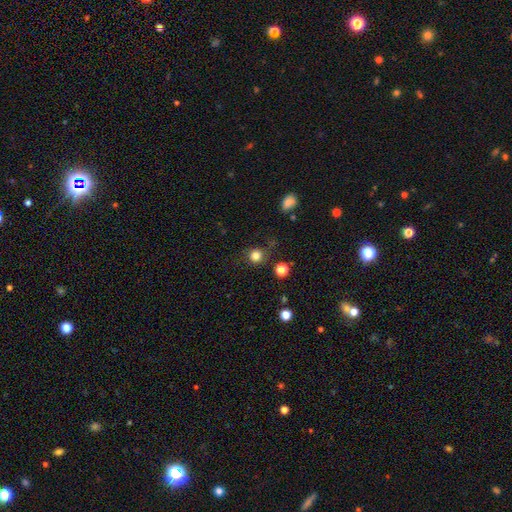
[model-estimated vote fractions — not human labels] Smooth or featured? Predicted: smooth (p=0.82). How rounded? Predicted: round (p=0.90). Merging? Predicted: none (p=0.81).